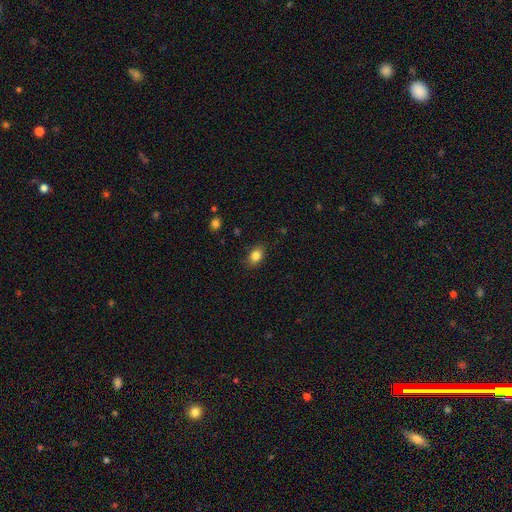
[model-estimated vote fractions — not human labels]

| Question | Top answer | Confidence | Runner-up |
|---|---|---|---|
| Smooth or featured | smooth | 84% | star or artifact (10%) |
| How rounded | in between | 74% | round (25%) |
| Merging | none | 85% | minor disturbance (11%) |